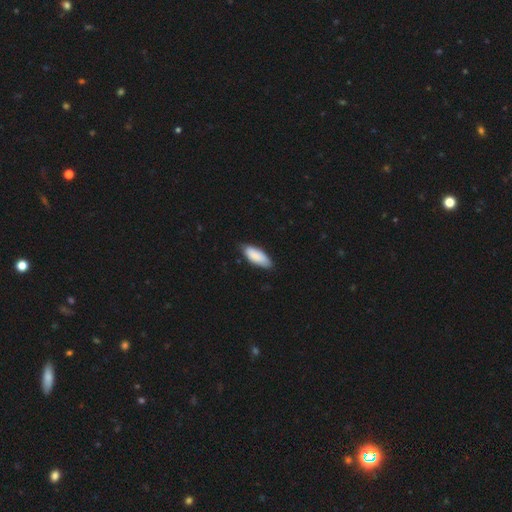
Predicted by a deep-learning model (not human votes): The model was most divided on "merging": none: 77%, minor disturbance: 20%, major disturbance: 2%, merger: 1%. More confident: smooth or featured — smooth (87%); how rounded — in between (80%).